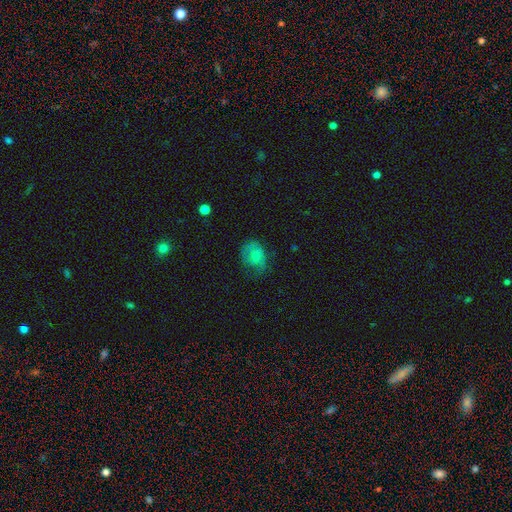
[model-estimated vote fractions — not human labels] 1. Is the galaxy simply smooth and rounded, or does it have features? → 58% smooth, 31% featured or disk, 12% star or artifact.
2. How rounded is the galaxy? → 56% in between, 43% round, 1% cigar-shaped.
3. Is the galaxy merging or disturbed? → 56% none, 28% minor disturbance, 15% major disturbance, 1% merger.